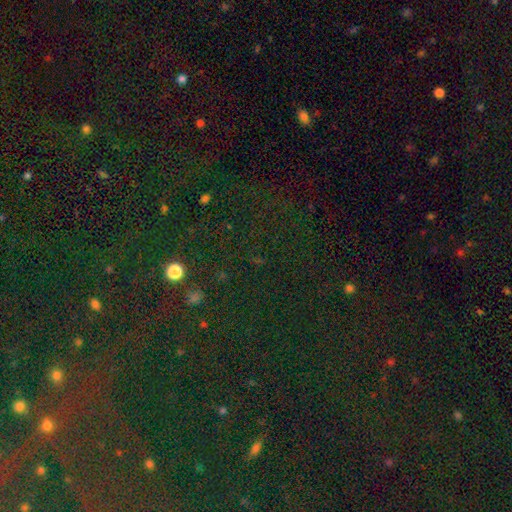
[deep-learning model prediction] A star or artifact, not a galaxy (77%).

Vote fractions:
- Smooth or featured? star or artifact: 77% / smooth: 15% / featured or disk: 8%